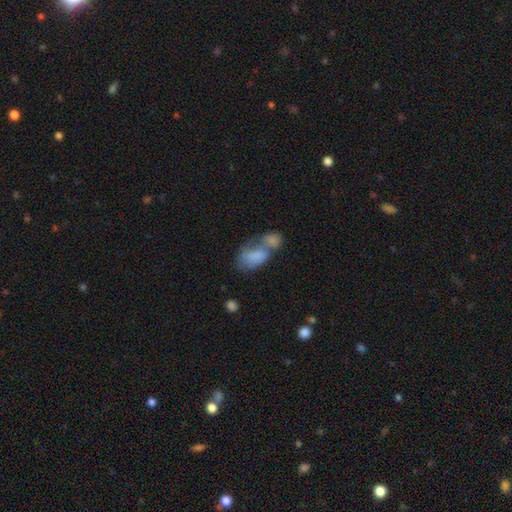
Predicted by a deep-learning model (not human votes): The model was most divided on "smooth or featured": smooth: 71%, featured or disk: 20%, star or artifact: 9%. More confident: how rounded — in between (89%); merging — merger (67%).